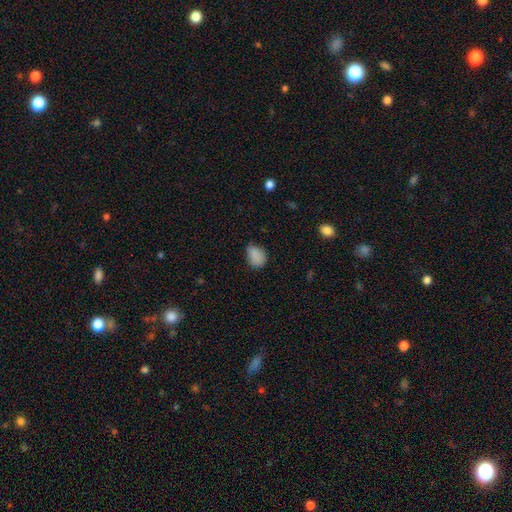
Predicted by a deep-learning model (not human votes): This appears to be a smooth galaxy with no disk features (86%) that is in between round and cigar-shaped (68%). Merging: none (63%).